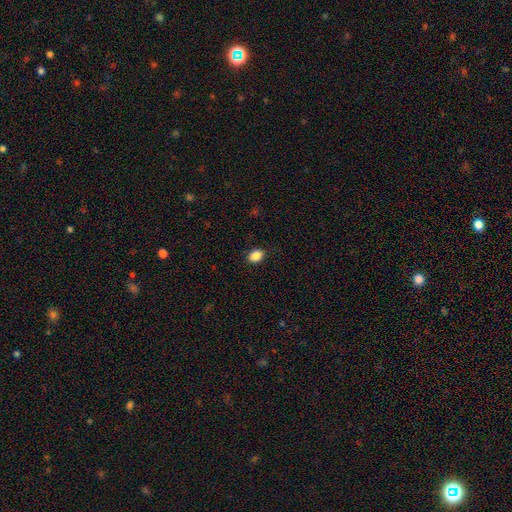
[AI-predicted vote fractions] smooth-or-featured: smooth: 87% | star or artifact: 9% | featured or disk: 4%
  how-rounded: in between: 73% | round: 26% | cigar-shaped: 1%
  merging: none: 88% | minor disturbance: 9% | major disturbance: 2% | merger: 1%